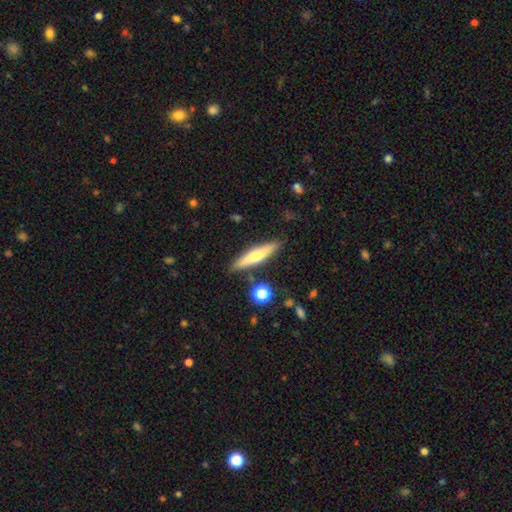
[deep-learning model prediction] A featured or disk galaxy (50%). Merging: none (86%).